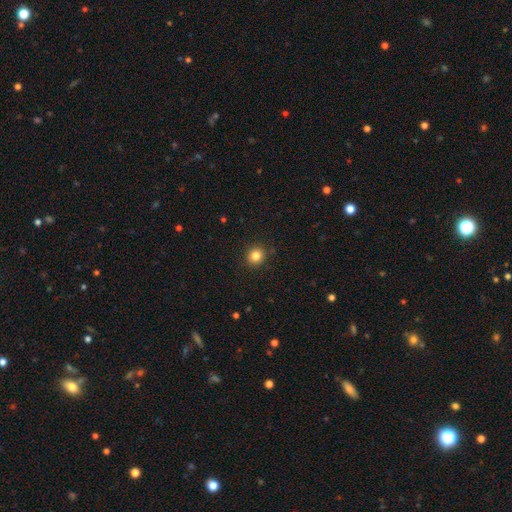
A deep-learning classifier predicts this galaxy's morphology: A smooth galaxy with no disk features (83%) that is round (88%).

Vote fractions:
- Smooth or featured? smooth: 83% / star or artifact: 12% / featured or disk: 5%
- How rounded? round: 88% / in between: 11% / cigar-shaped: 1%
- Merging? none: 90% / minor disturbance: 7% / major disturbance: 2% / merger: 1%